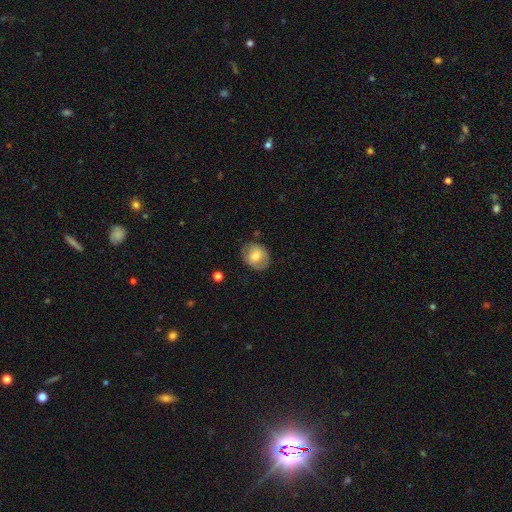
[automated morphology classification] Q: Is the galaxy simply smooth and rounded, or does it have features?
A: smooth — 69%.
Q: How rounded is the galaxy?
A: round — 60%.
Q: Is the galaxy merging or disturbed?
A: none — 77%.